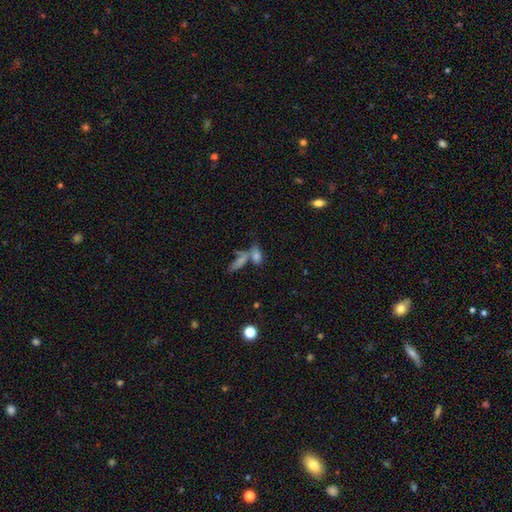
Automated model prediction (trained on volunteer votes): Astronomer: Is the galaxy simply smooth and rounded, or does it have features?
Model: smooth — 49% (runner-up: featured or disk, 29%).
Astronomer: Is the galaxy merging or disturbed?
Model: none — 42%, tied with merger at 42%.